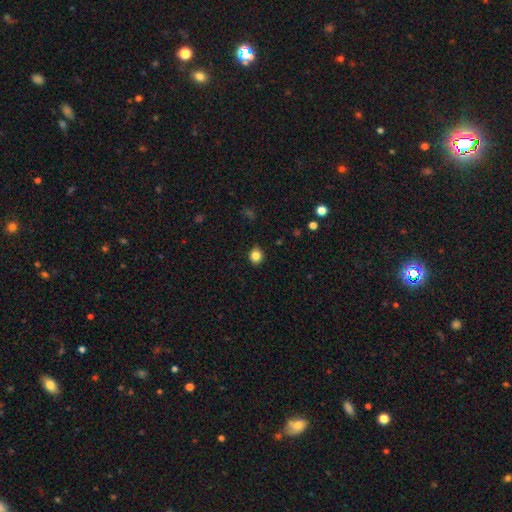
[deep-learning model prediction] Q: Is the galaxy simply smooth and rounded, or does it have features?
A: smooth — 84%.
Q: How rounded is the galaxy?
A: round — 79%.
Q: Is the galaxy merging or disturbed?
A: none — 87%.